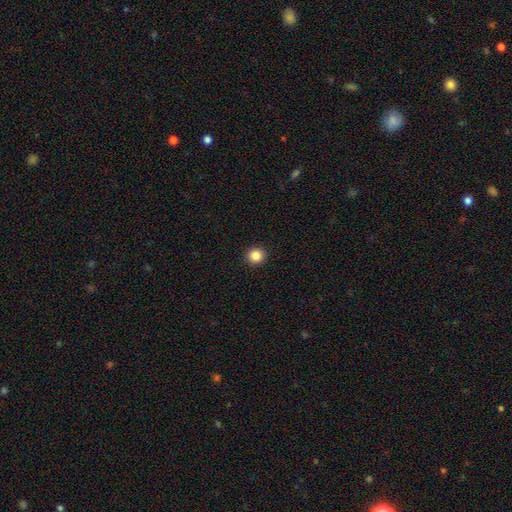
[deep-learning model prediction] smooth-or-featured: smooth: 86% | star or artifact: 11% | featured or disk: 4%
  how-rounded: round: 93% | in between: 7% | cigar-shaped: 1%
  merging: none: 93% | minor disturbance: 4% | major disturbance: 2% | merger: 1%